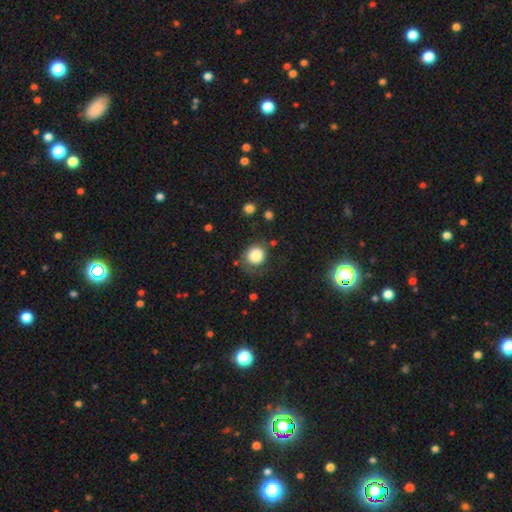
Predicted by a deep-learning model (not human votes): Q: Smooth or featured?
A: smooth (84%); runner-up: star or artifact (9%)
Q: How rounded?
A: round (84%); runner-up: in between (16%)
Q: Merging?
A: none (64%); runner-up: minor disturbance (21%)